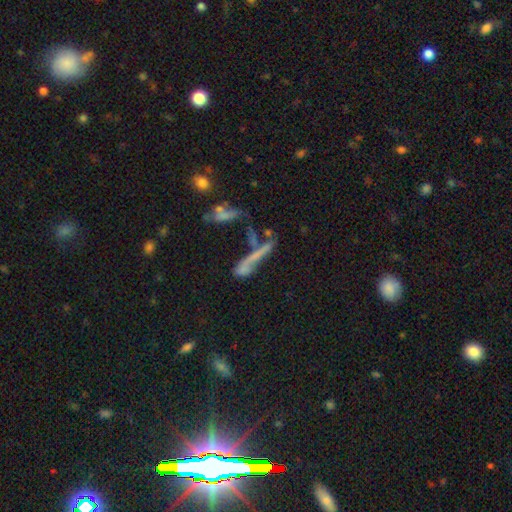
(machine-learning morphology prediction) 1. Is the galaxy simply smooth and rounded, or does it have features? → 46% smooth, 37% featured or disk, 18% star or artifact.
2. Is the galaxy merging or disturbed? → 36% merger, 30% none, 21% major disturbance, 13% minor disturbance.